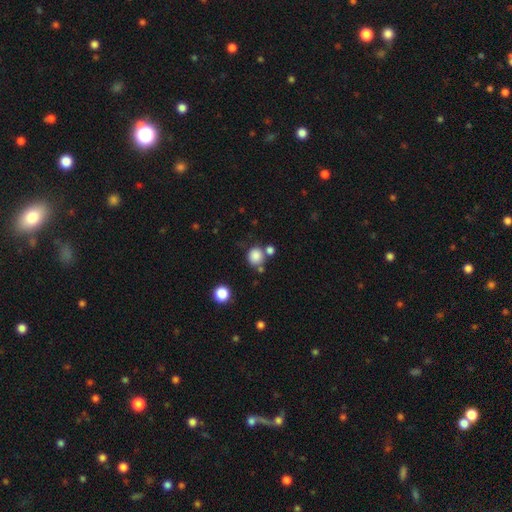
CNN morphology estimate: This is clearly a smooth galaxy (84%). How rounded: clearly round (85%). Merging: likely none (67%).